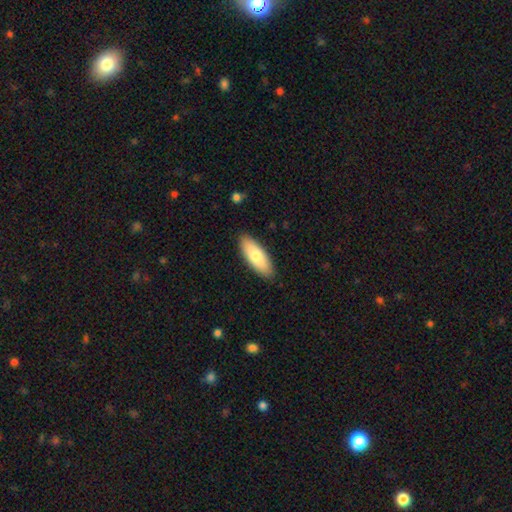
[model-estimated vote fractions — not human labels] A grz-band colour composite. It shows a smooth galaxy with no disk features (78%) that is in between round and cigar-shaped (72%). Merging: none (89%).